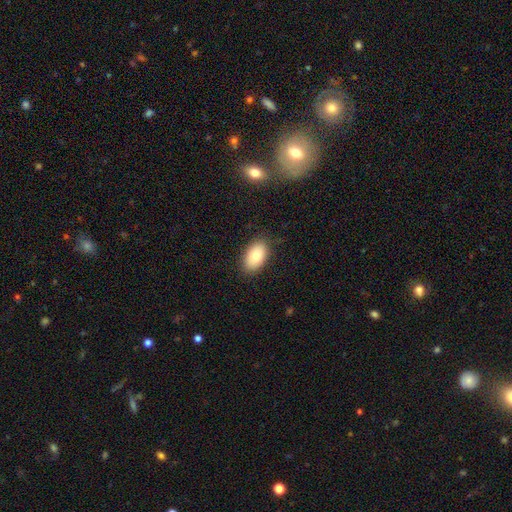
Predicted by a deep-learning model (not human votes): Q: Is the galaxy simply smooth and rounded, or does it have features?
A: smooth — 81%.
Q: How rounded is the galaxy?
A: in between — 92%.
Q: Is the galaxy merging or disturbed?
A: none — 86%.